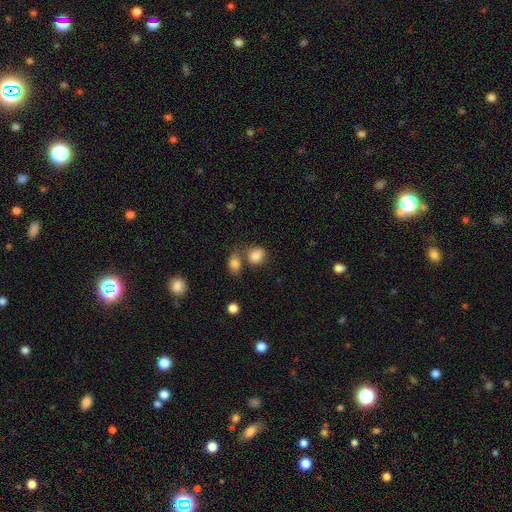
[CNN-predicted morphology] type=smooth (84%); roundness=round (51%); merging=none (51%).